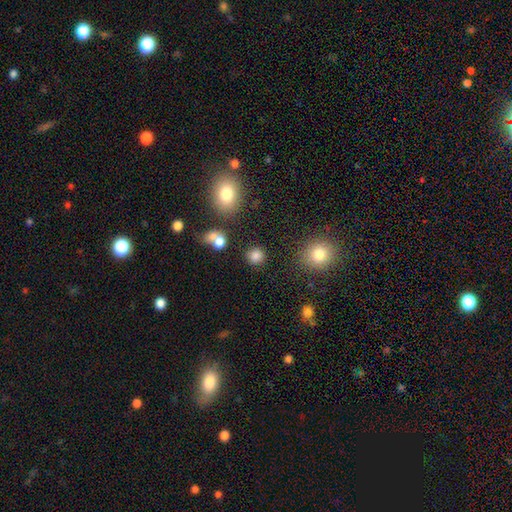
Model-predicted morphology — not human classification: smooth-or-featured: smooth: 84% | star or artifact: 12% | featured or disk: 5%
  how-rounded: round: 88% | in between: 11% | cigar-shaped: 1%
  merging: none: 85% | minor disturbance: 8% | merger: 4% | major disturbance: 3%